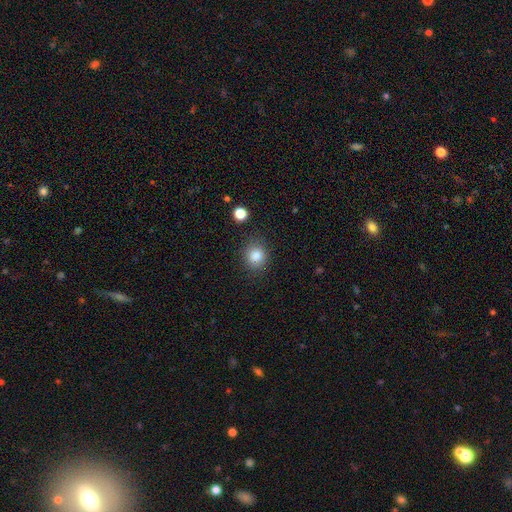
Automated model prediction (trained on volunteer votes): Smooth or featured: smooth — 85% (star or artifact — 10%)
How rounded: round — 79% (in between — 20%)
Merging: none — 83% (minor disturbance — 11%)